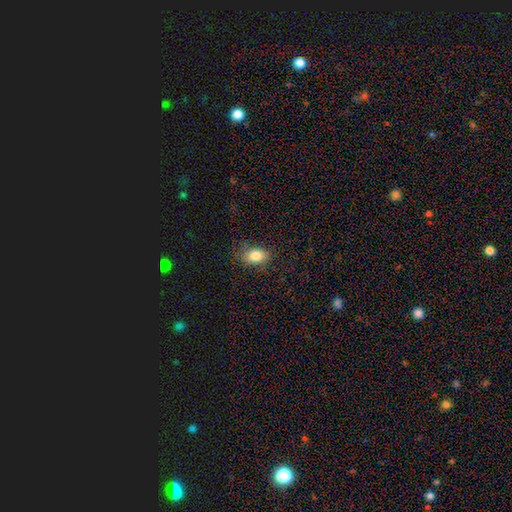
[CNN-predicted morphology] Overall: smooth (83%). How rounded: in between (79%). Merging: none (80%).